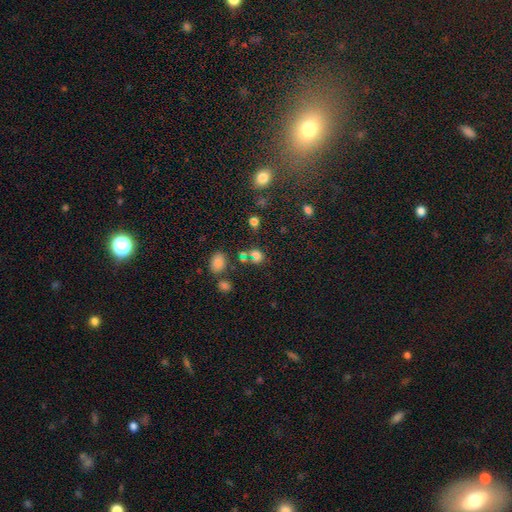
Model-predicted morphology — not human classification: type=smooth (66%); roundness=round (57%); merging=none (51%).